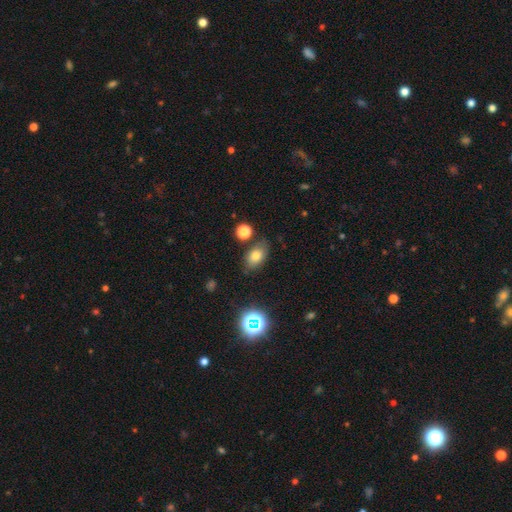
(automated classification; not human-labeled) Smooth or featured?
  - smooth: 75% *
  - star or artifact: 14%
  - featured or disk: 12%
How rounded?
  - in between: 83% *
  - round: 15%
  - cigar-shaped: 2%
Merging?
  - none: 76% *
  - minor disturbance: 15%
  - merger: 5%
  - major disturbance: 4%